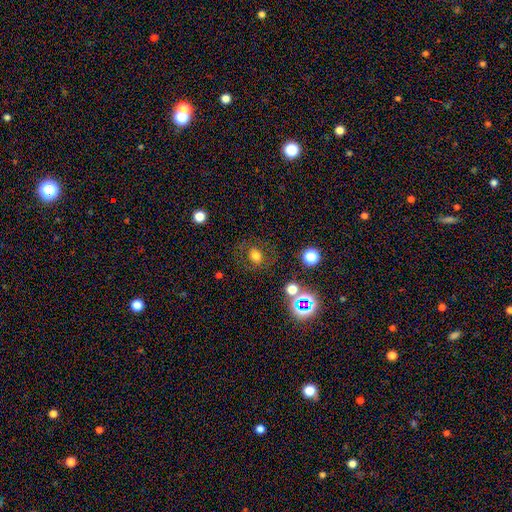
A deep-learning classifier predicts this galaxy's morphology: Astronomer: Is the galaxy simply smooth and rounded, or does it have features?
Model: smooth — 63%.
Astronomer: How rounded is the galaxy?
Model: round — 69%.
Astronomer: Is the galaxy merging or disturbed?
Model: none — 74%.